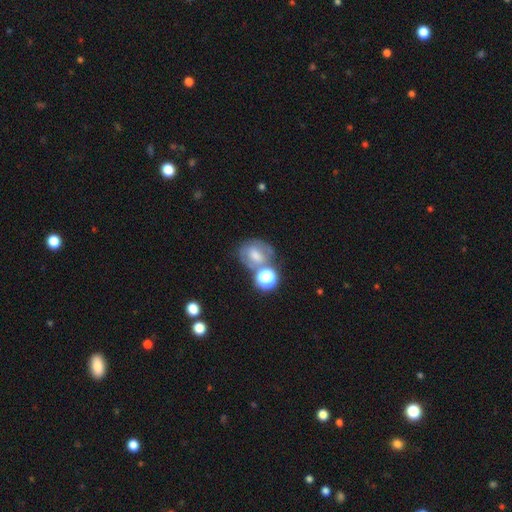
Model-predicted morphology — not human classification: A featured or disk galaxy (40%). Merging: none (50%).